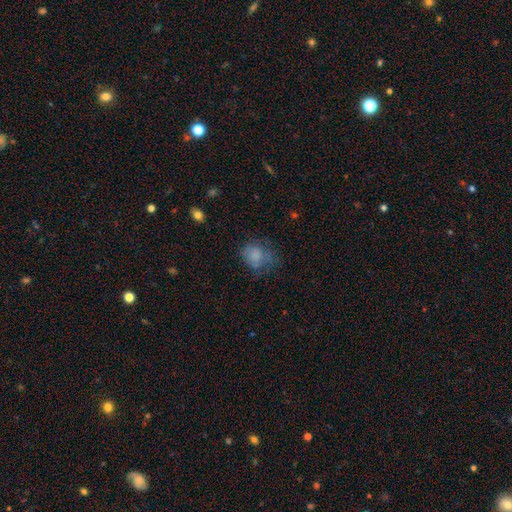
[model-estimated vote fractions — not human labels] A smooth galaxy with no disk features (72%) that is round (61%). Merging: none (48%).